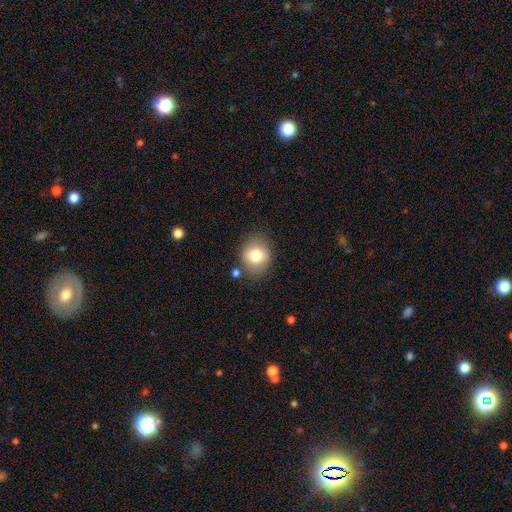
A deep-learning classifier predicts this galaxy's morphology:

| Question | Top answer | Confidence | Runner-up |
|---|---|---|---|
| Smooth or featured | smooth | 77% | featured or disk (14%) |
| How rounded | round | 57% | in between (42%) |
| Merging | none | 79% | minor disturbance (13%) |